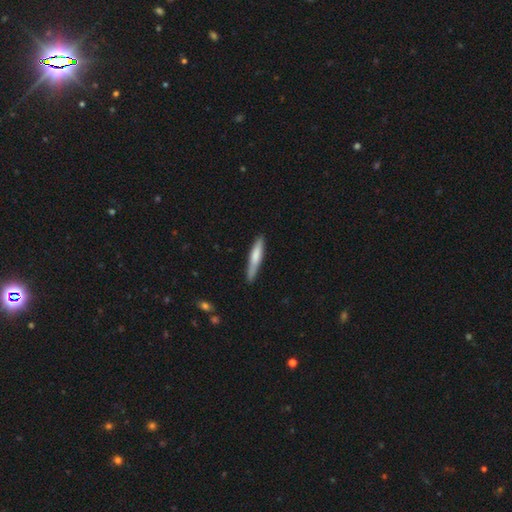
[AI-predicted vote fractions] Smooth or featured? smooth (69%)
How rounded? cigar-shaped (91%)
Merging? none (82%)